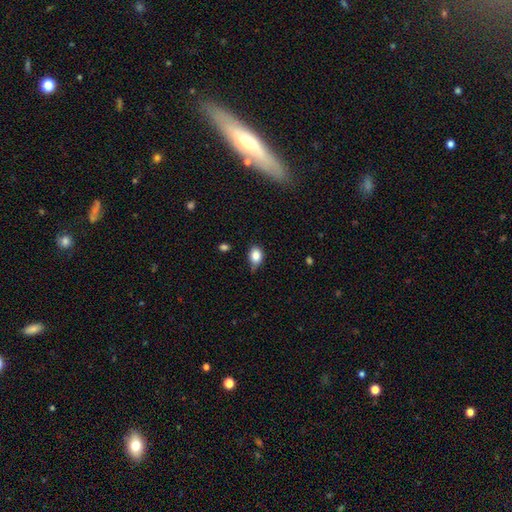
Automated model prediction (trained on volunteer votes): A smooth galaxy with no disk features (83%) that is in between round and cigar-shaped (73%). Merging: none (53%).